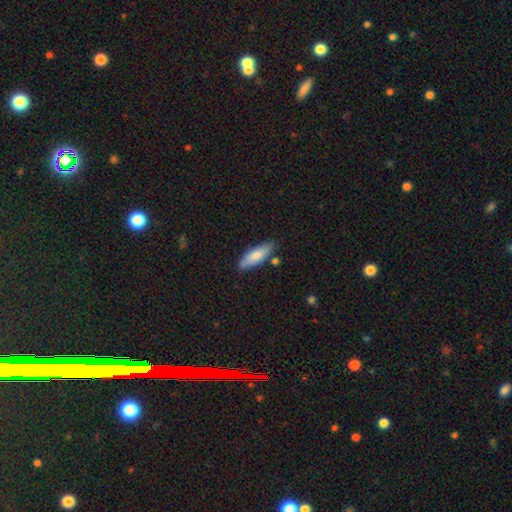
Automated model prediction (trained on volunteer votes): Overall: smooth (76%). How rounded: in between (57%; cigar-shaped 41%). Merging: none (78%).